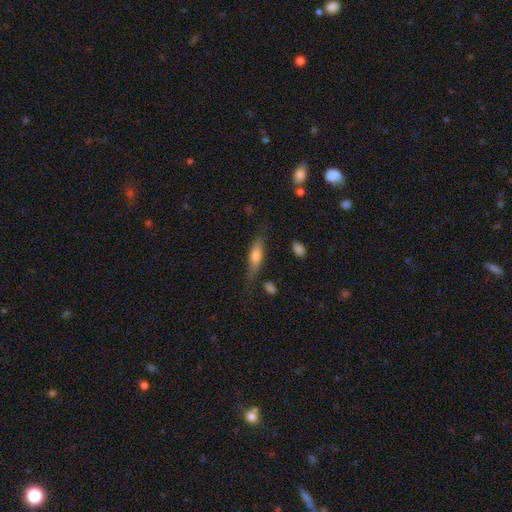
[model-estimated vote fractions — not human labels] Smooth or featured: smooth — 61% (featured or disk — 32%)
How rounded: cigar-shaped — 51% (in between — 46%)
Merging: none — 61% (minor disturbance — 25%)